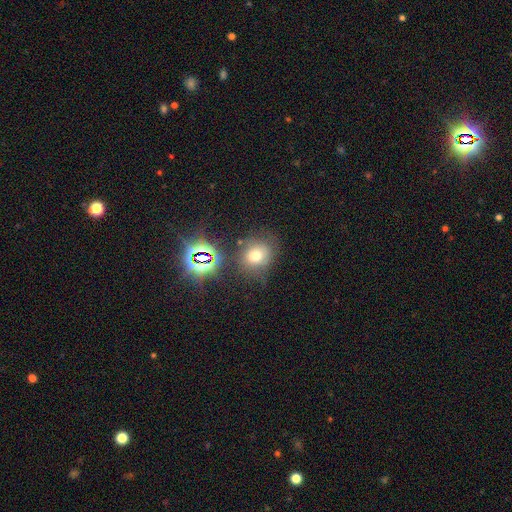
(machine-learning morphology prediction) smooth_or_featured: smooth (p=0.64) [alt: star or artifact p=0.23]
how_rounded: round (p=0.75) [alt: in between p=0.24]
merging: none (p=0.72) [alt: minor disturbance p=0.16]